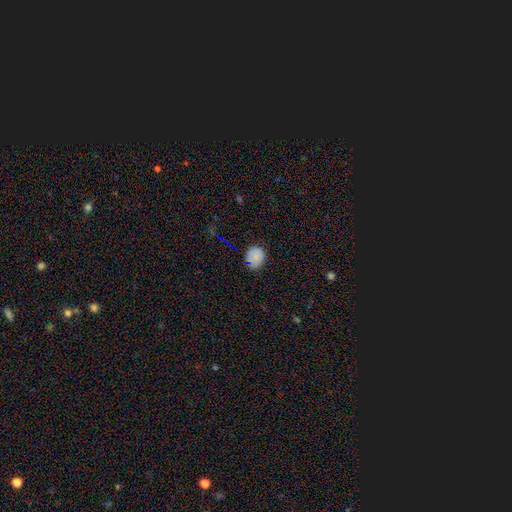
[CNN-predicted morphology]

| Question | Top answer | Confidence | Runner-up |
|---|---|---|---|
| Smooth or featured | smooth | 74% | star or artifact (15%) |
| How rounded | round | 70% | in between (29%) |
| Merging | none | 70% | minor disturbance (24%) |